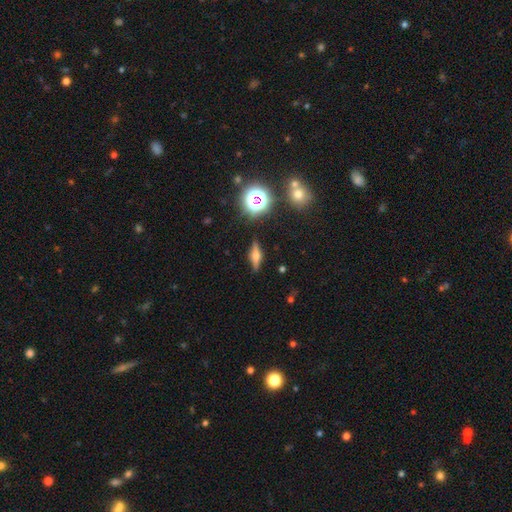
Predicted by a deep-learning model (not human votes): smooth_or_featured: featured or disk (p=0.57) [alt: smooth p=0.29]
disk_edge_on: yes (p=0.92) [alt: no p=0.08]
edge_on_bulge: rounded (p=0.89) [alt: boxy p=0.09]
merging: none (p=0.85) [alt: minor disturbance p=0.10]